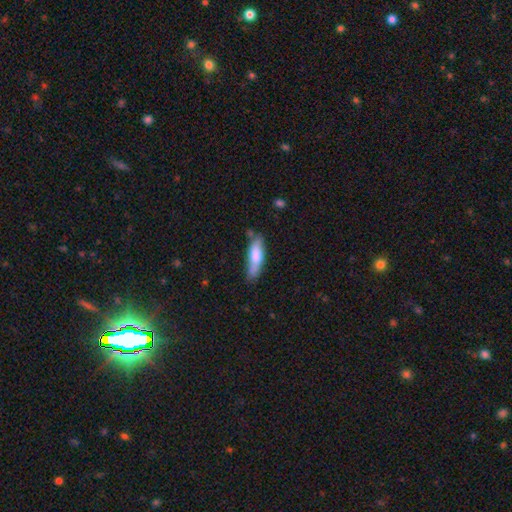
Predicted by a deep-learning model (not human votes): Q: Smooth or featured?
A: smooth (72%); runner-up: featured or disk (22%)
Q: How rounded?
A: cigar-shaped (60%); runner-up: in between (38%)
Q: Merging?
A: none (68%); runner-up: minor disturbance (22%)